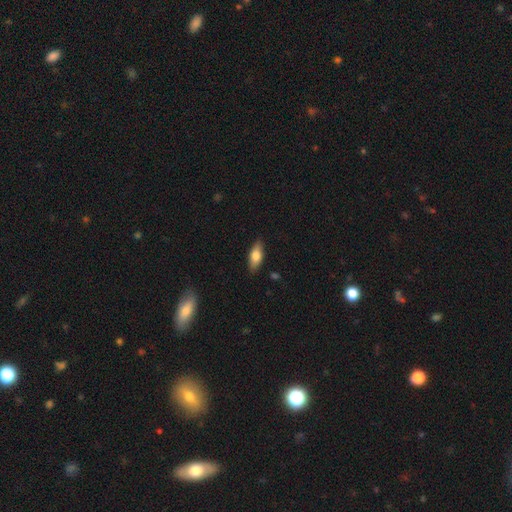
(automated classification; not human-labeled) Q: Smooth or featured?
A: smooth (72%); runner-up: featured or disk (22%)
Q: How rounded?
A: in between (78%); runner-up: cigar-shaped (19%)
Q: Merging?
A: none (86%); runner-up: minor disturbance (11%)